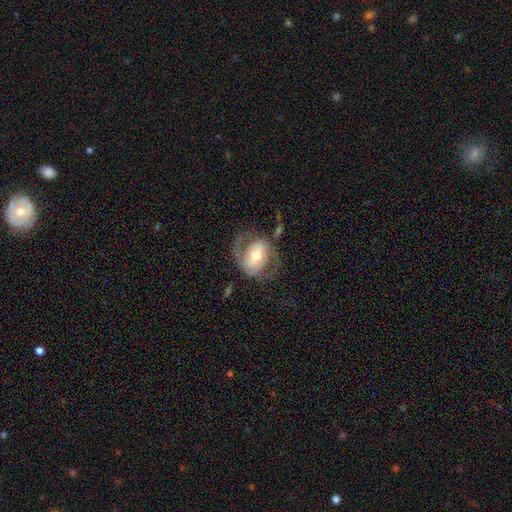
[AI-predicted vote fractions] This is likely a featured or disk galaxy (71%). It is clearly not viewed edge-on (96%). Bar: marginally weak (38%). Spiral arm pattern: clearly yes (80%). Spiral arm count: clearly 2 (80%). Spiral winding: possibly medium (47%). Central bulge: likely moderate (71%). Merging: possibly none (55%).